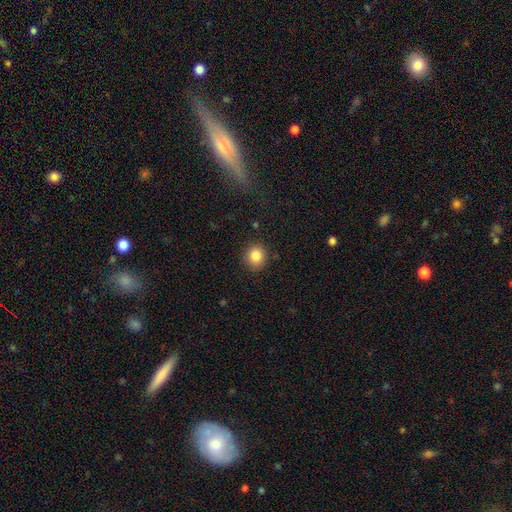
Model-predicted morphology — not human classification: Smooth or featured? smooth (85%)
How rounded? round (84%)
Merging? none (87%)